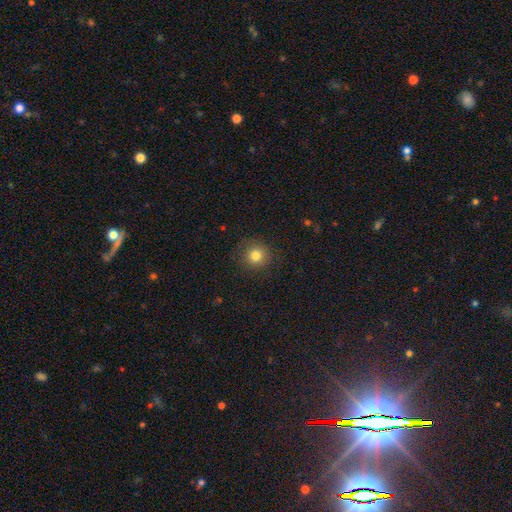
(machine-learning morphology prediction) Smooth or featured? Predicted: smooth (p=0.81). How rounded? Predicted: round (p=0.92). Merging? Predicted: none (p=0.88).